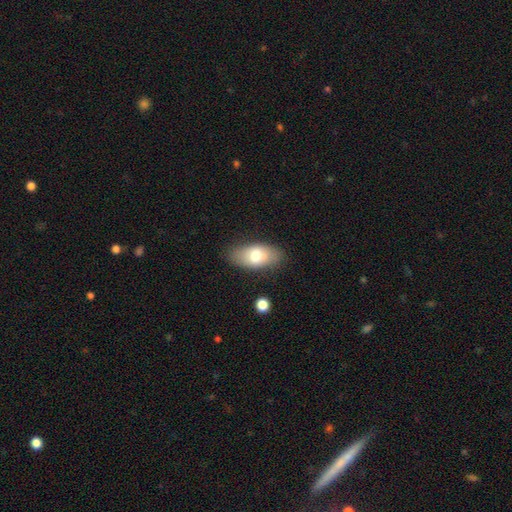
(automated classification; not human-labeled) A smooth galaxy with no disk features (73%) that is in between round and cigar-shaped (91%).

Vote fractions:
- Smooth or featured? smooth: 73% / featured or disk: 20% / star or artifact: 7%
- How rounded? in between: 91% / cigar-shaped: 6% / round: 4%
- Merging? none: 80% / minor disturbance: 14% / major disturbance: 4% / merger: 2%